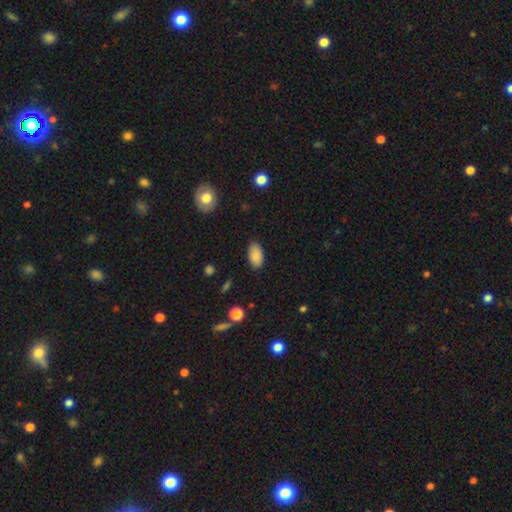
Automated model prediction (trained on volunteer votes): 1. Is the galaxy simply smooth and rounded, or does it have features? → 88% smooth, 8% star or artifact, 5% featured or disk.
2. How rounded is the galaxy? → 94% in between, 4% round, 2% cigar-shaped.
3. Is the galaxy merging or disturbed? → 86% none, 11% minor disturbance, 2% major disturbance, 1% merger.